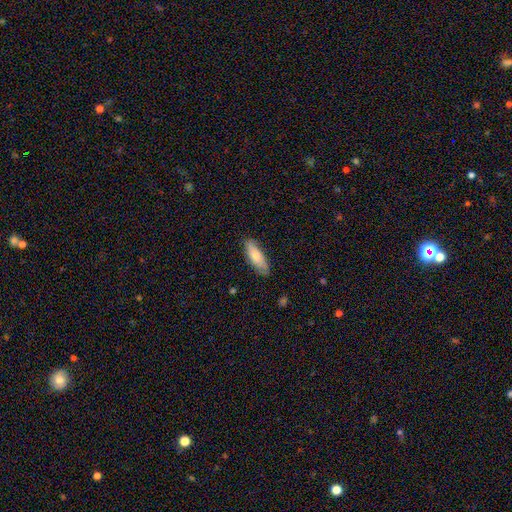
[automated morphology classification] smooth_or_featured: smooth (p=0.73) [alt: featured or disk p=0.21]
how_rounded: in between (p=0.62) [alt: cigar-shaped p=0.36]
merging: none (p=0.81) [alt: minor disturbance p=0.16]